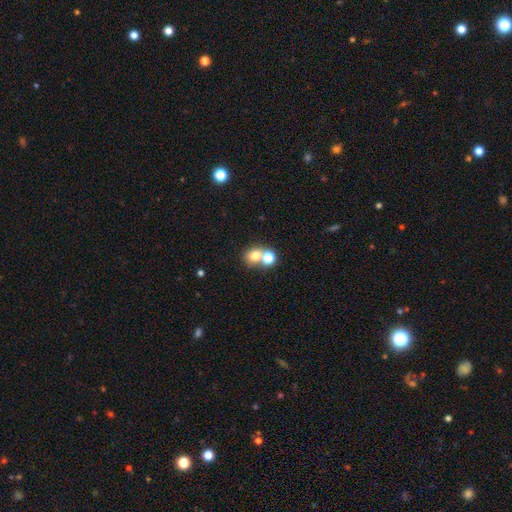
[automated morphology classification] The model was most divided on "merging": merger: 47%, none: 42%, minor disturbance: 7%, major disturbance: 4%. More confident: smooth or featured — smooth (74%); how rounded — round (64%).